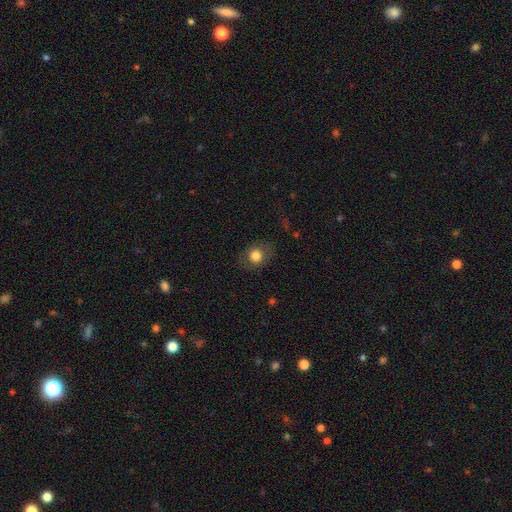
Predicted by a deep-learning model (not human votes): Smooth or featured: smooth — 76% (featured or disk — 14%)
How rounded: round — 59% (in between — 40%)
Merging: none — 80% (minor disturbance — 13%)